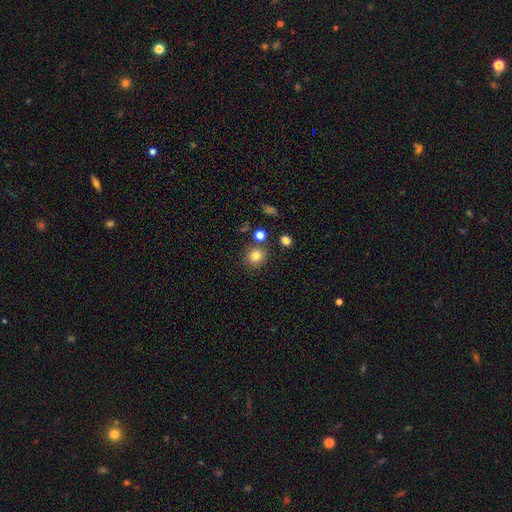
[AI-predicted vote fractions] This appears to be a smooth galaxy with no disk features (81%) that is round (87%). Merging: none (80%).